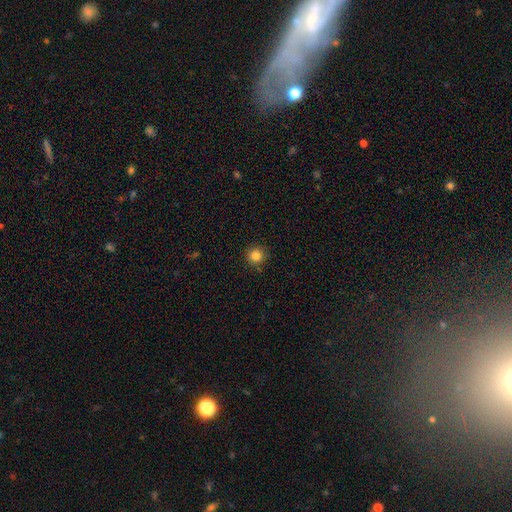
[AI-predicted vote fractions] Overall: smooth (83%). How rounded: round (95%). Merging: none (90%).